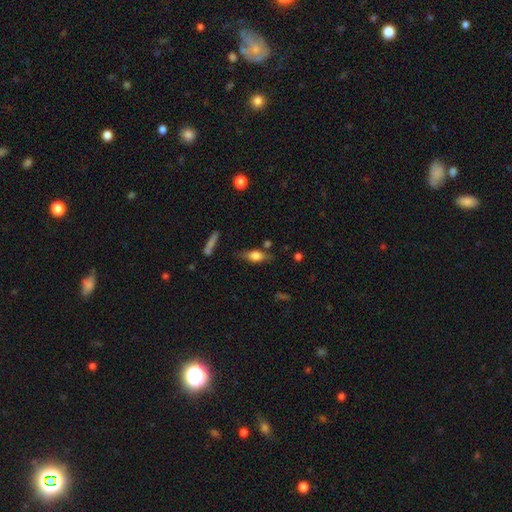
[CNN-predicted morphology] Q: Smooth or featured?
A: smooth (59%); runner-up: featured or disk (33%)
Q: How rounded?
A: in between (64%); runner-up: cigar-shaped (31%)
Q: Merging?
A: none (73%); runner-up: minor disturbance (18%)